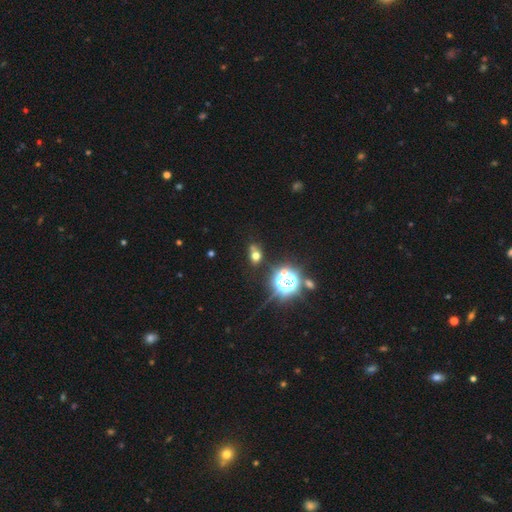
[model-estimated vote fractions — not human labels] This appears to be a smooth galaxy with no disk features (59%) that is in between round and cigar-shaped (54%). Merging: none (63%).